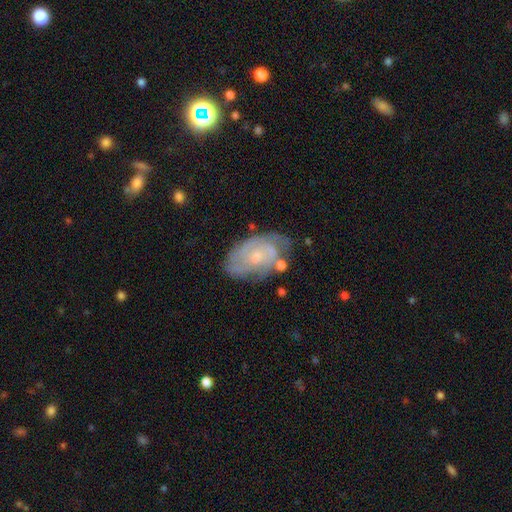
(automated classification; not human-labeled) This is likely a featured or disk galaxy (72%). It is clearly not viewed edge-on (96%). Bar: likely no (69%). Spiral arm pattern: clearly yes (84%). Spiral arm count: marginally can't tell (42%). Spiral winding: possibly tight (59%). Central bulge: possibly small (57%). Merging: possibly none (59%).